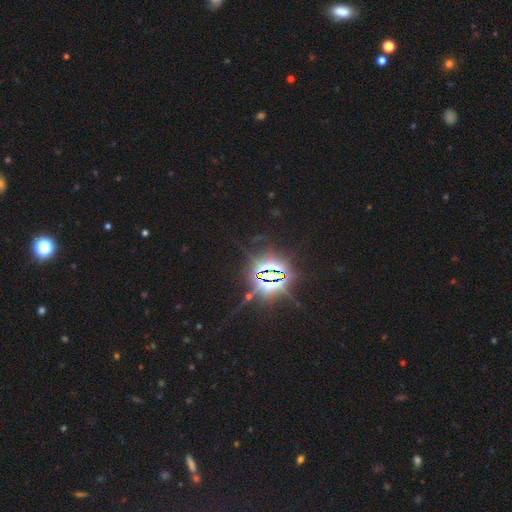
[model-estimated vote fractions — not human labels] This appears to be a star or artifact, not a galaxy (87%).